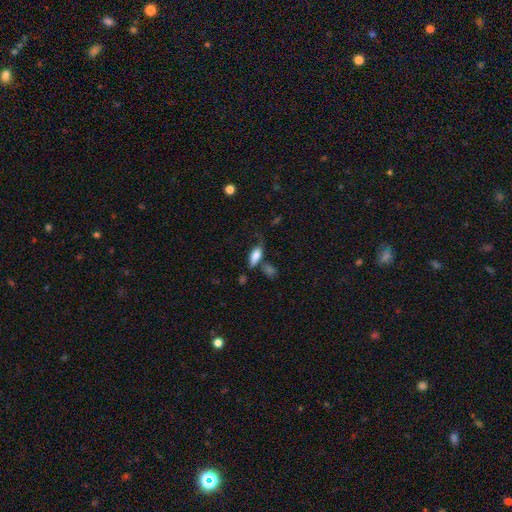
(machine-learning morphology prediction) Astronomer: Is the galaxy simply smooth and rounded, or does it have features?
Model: smooth — 77%.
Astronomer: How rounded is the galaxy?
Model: in between — 82%.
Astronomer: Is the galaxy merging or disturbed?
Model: none — 45% (runner-up: minor disturbance, 27%).